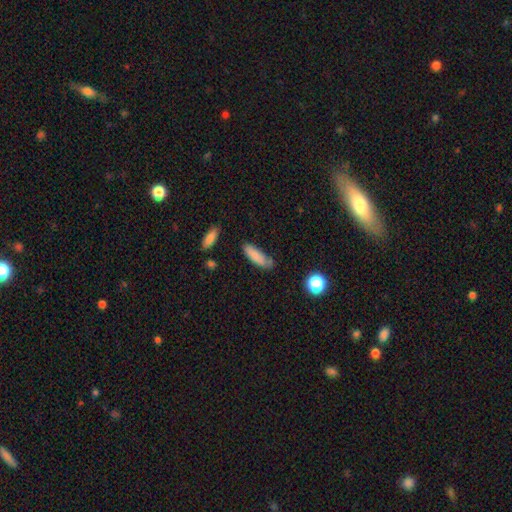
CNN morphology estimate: Smooth or featured? smooth (81%)
How rounded? in between (52%)
Merging? none (57%)